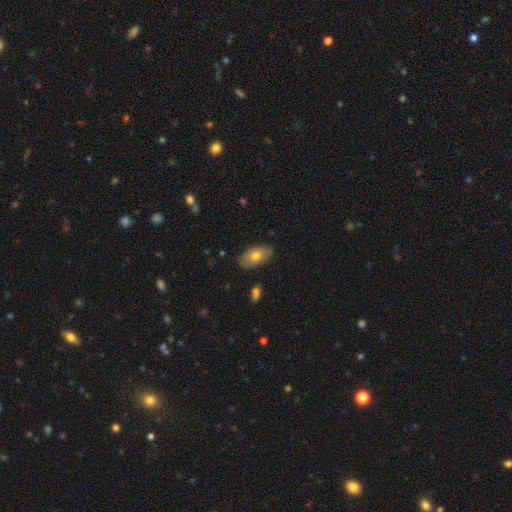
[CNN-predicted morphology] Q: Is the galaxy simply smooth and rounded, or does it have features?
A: smooth — 71%.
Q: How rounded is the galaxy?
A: in between — 93%.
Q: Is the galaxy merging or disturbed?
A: none — 83%.